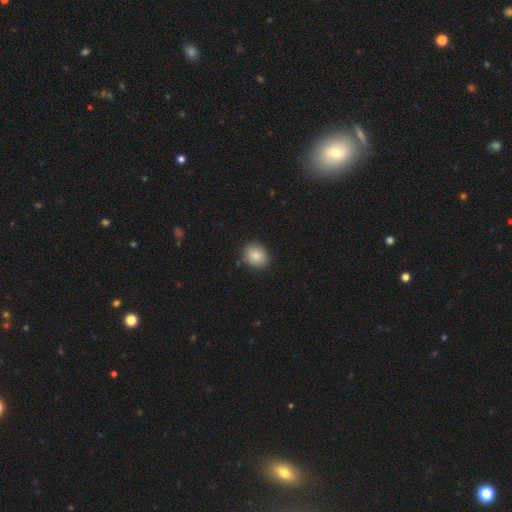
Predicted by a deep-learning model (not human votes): Smooth or featured: smooth — 86% (star or artifact — 8%)
How rounded: round — 61% (in between — 39%)
Merging: none — 88% (minor disturbance — 9%)